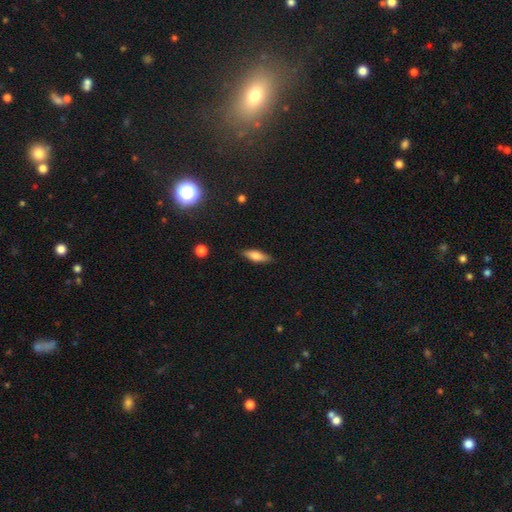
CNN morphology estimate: smooth-or-featured: smooth: 69% | featured or disk: 23% | star or artifact: 8%
  how-rounded: in between: 55% | cigar-shaped: 42% | round: 3%
  merging: none: 86% | minor disturbance: 11% | major disturbance: 2% | merger: 1%